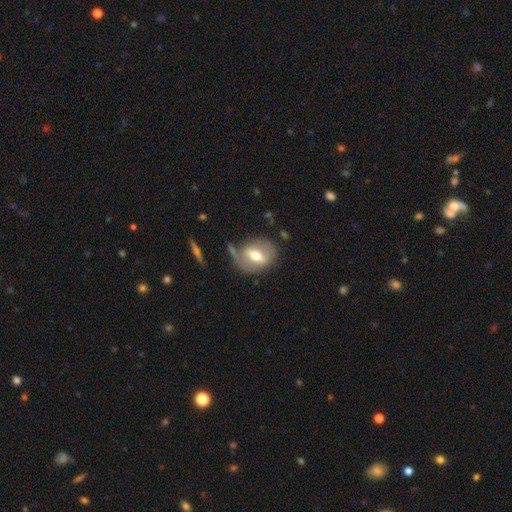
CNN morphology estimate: Smooth or featured? Predicted: smooth (p=0.47). Merging? Predicted: none (p=0.58).